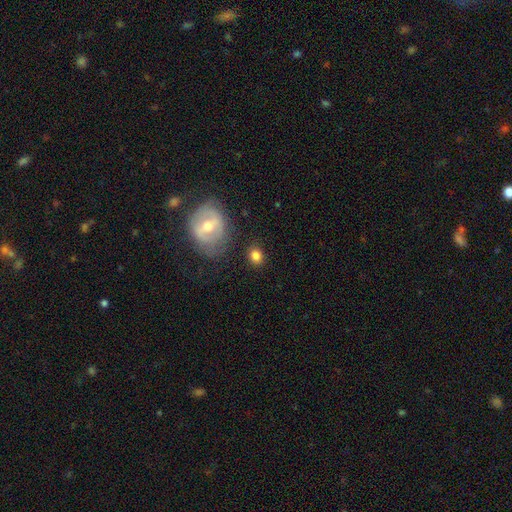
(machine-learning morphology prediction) A smooth galaxy with no disk features (78%) that is round (63%).

Vote fractions:
- Smooth or featured? smooth: 78% / featured or disk: 14% / star or artifact: 9%
- How rounded? round: 63% / in between: 35% / cigar-shaped: 1%
- Merging? none: 80% / minor disturbance: 12% / major disturbance: 5% / merger: 4%